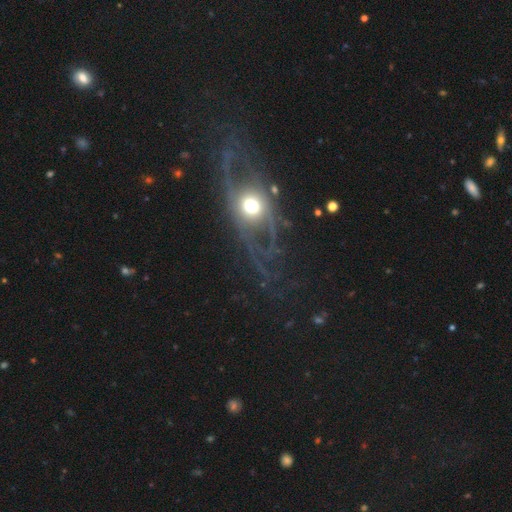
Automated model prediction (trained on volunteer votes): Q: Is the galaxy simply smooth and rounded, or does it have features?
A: featured or disk — 75%.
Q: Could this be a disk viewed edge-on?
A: no — 78%.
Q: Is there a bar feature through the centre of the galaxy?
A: no — 76%.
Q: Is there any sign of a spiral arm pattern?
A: yes — 64%.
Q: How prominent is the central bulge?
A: moderate — 63%.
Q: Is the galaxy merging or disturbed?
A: none — 62%.